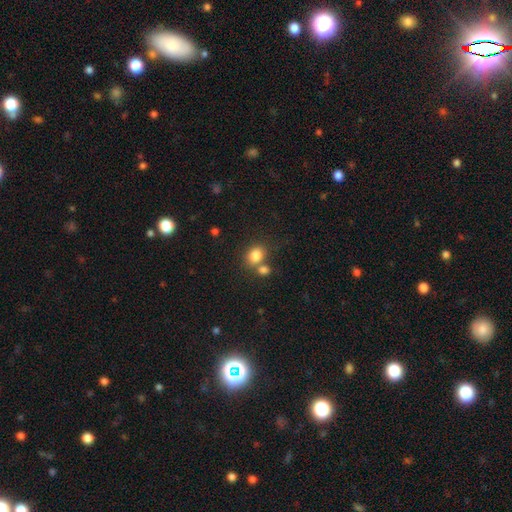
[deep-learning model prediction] Morphology: type=smooth (82%); roundness=round (53%); merging=none (54%).